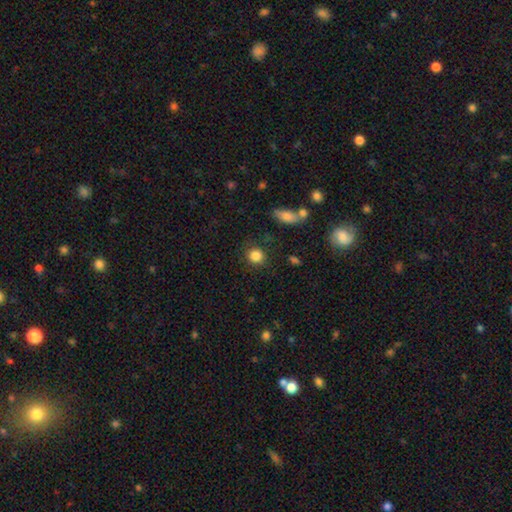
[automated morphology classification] Smooth or featured: smooth — 85% (star or artifact — 10%)
How rounded: round — 87% (in between — 12%)
Merging: none — 83% (minor disturbance — 10%)